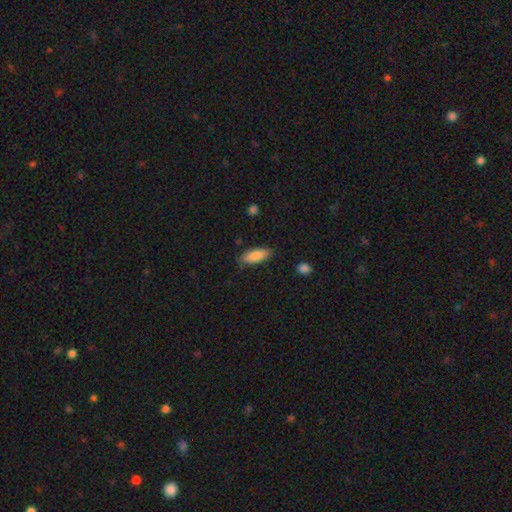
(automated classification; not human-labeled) smooth_or_featured: smooth (p=0.84) [alt: featured or disk p=0.10]
how_rounded: in between (p=0.76) [alt: cigar-shaped p=0.22]
merging: none (p=0.82) [alt: minor disturbance p=0.14]